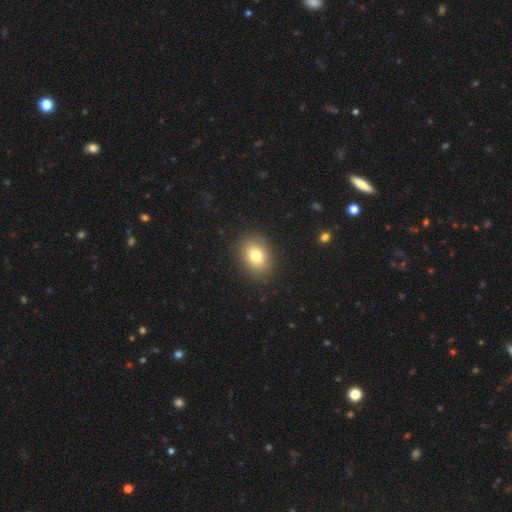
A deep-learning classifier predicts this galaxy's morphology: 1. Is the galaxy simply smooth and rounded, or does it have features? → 79% smooth, 11% featured or disk, 10% star or artifact.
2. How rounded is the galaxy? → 65% in between, 33% round, 1% cigar-shaped.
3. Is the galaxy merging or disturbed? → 89% none, 7% minor disturbance, 3% major disturbance, 1% merger.